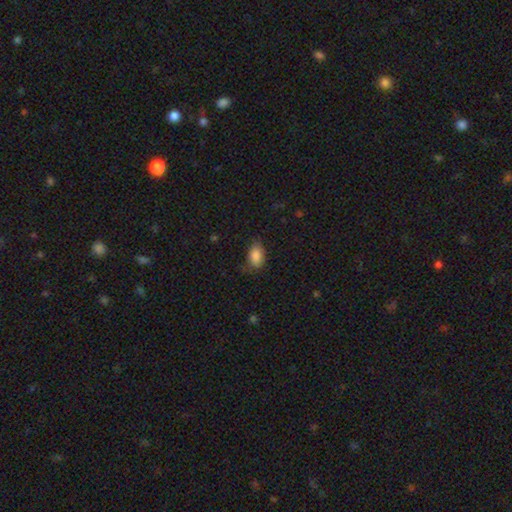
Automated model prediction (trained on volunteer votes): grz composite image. It shows a smooth galaxy with no disk features (86%) that is in between round and cigar-shaped (90%). Merging: none (70%).